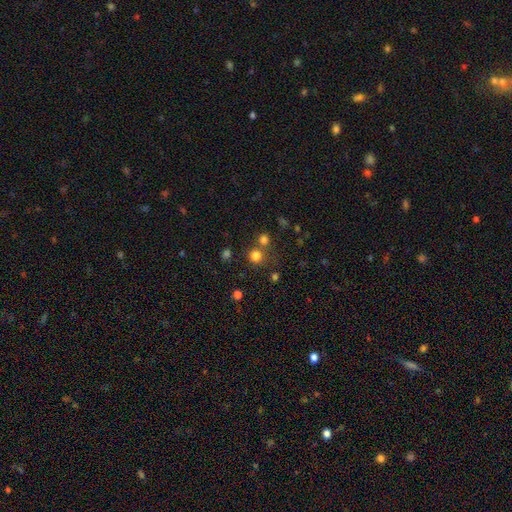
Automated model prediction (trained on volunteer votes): Q: Smooth or featured?
A: smooth (76%); runner-up: star or artifact (18%)
Q: How rounded?
A: round (91%); runner-up: in between (8%)
Q: Merging?
A: none (69%); runner-up: merger (20%)